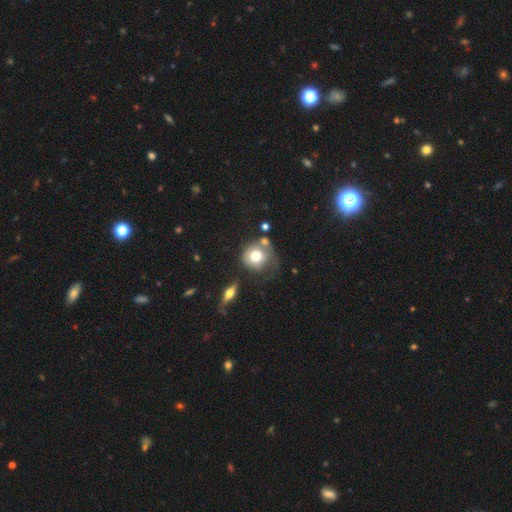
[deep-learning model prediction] Smooth or featured? Predicted: smooth (p=0.68). How rounded? Predicted: round (p=0.86). Merging? Predicted: none (p=0.40).